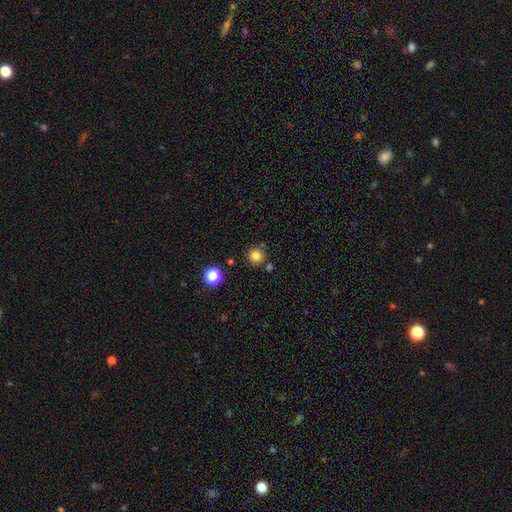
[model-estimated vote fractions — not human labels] This is clearly a smooth galaxy (81%). How rounded: clearly round (95%). Merging: clearly none (84%).